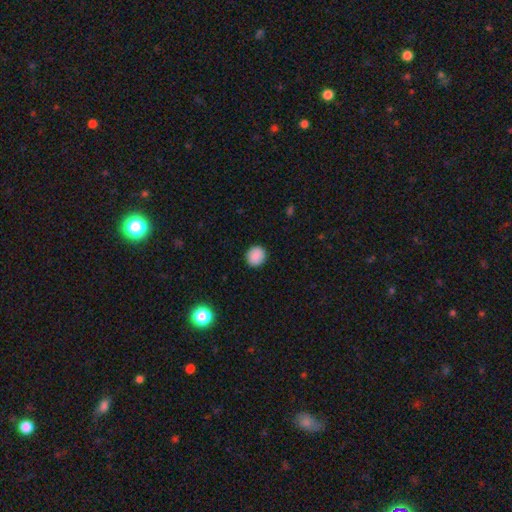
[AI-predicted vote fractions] This appears to be a smooth galaxy with no disk features (88%) that is round (85%). Merging: none (91%).